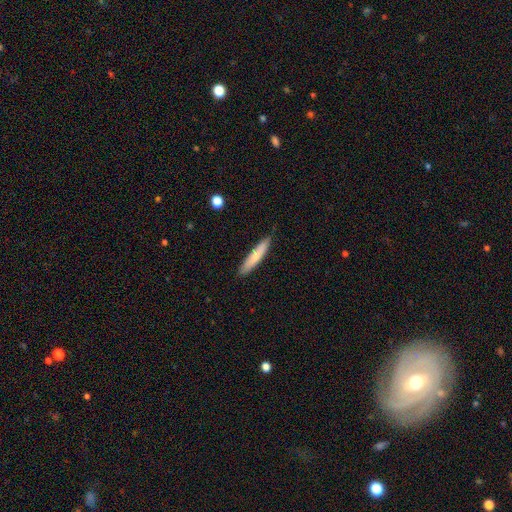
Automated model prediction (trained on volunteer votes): This appears to be a smooth galaxy with no disk features (72%) that is cigar-shaped (89%). Merging: none (86%).